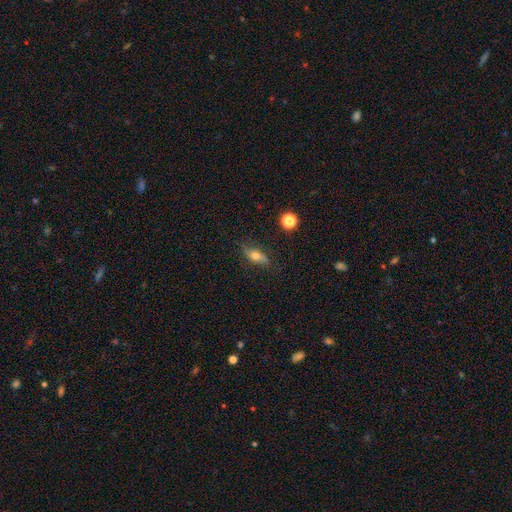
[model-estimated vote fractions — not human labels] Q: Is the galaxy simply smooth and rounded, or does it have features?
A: smooth — 55%.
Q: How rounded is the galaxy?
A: in between — 72%.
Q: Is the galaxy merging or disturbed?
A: none — 73%.